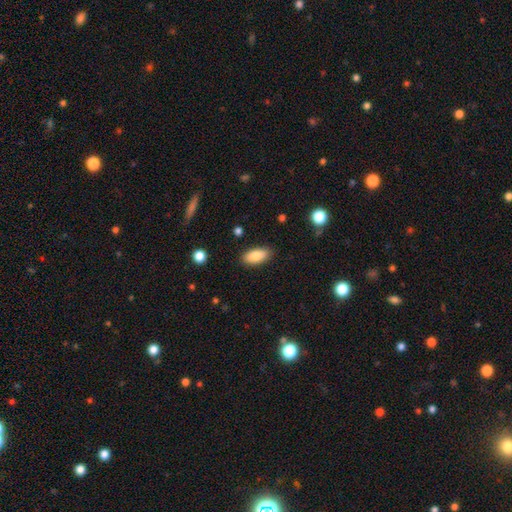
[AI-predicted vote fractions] This is clearly a smooth galaxy (84%). How rounded: clearly in between (86%). Merging: clearly none (87%).